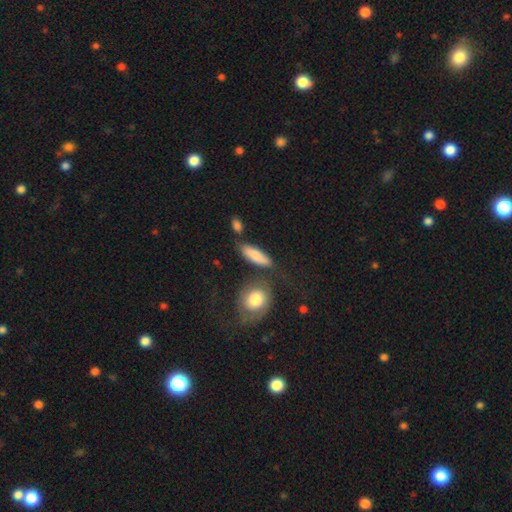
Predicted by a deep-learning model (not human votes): A smooth galaxy with no disk features (81%) that is cigar-shaped (49%).

Vote fractions:
- Smooth or featured? smooth: 81% / featured or disk: 13% / star or artifact: 6%
- How rounded? cigar-shaped: 49% / in between: 46% / round: 5%
- Merging? none: 65% / minor disturbance: 17% / merger: 12% / major disturbance: 7%